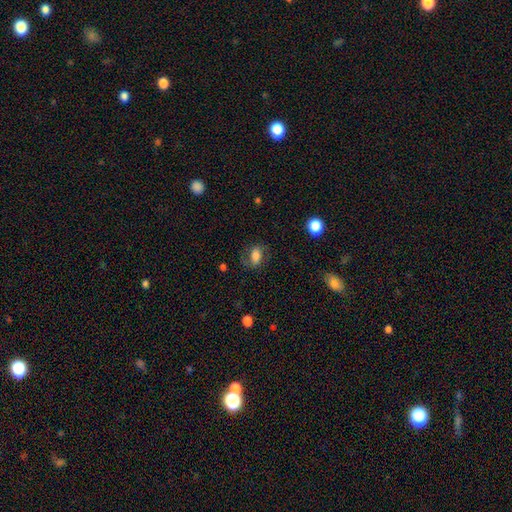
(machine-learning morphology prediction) Smooth or featured? Predicted: smooth (p=0.66). How rounded? Predicted: in between (p=0.79). Merging? Predicted: none (p=0.69).